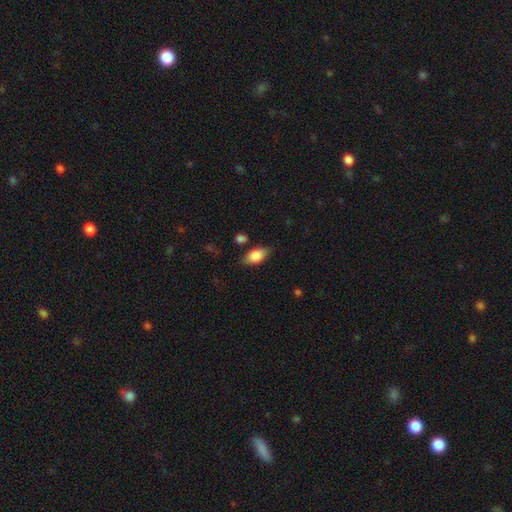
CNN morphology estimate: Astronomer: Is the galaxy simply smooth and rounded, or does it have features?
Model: smooth — 81%.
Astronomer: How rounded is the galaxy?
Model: in between — 88%.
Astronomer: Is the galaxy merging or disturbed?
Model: none — 78%.